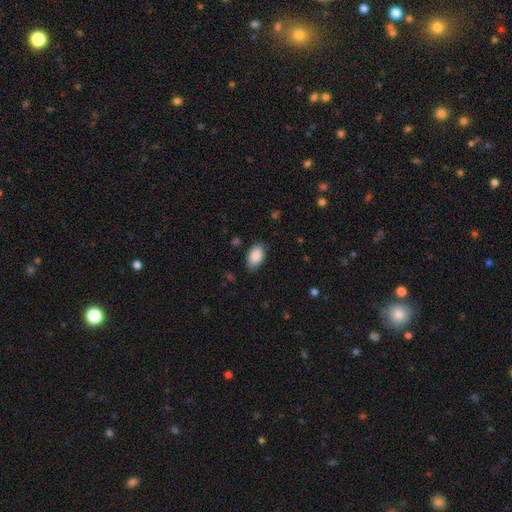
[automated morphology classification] This is clearly a smooth galaxy (87%). How rounded: clearly in between (94%). Merging: clearly none (82%).